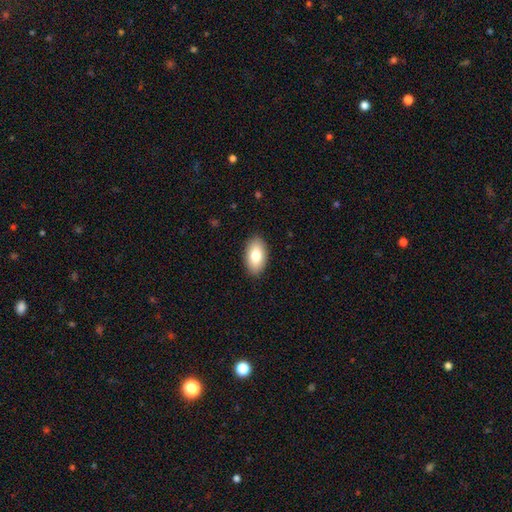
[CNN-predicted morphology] Smooth or featured? smooth (80%)
How rounded? in between (94%)
Merging? none (89%)